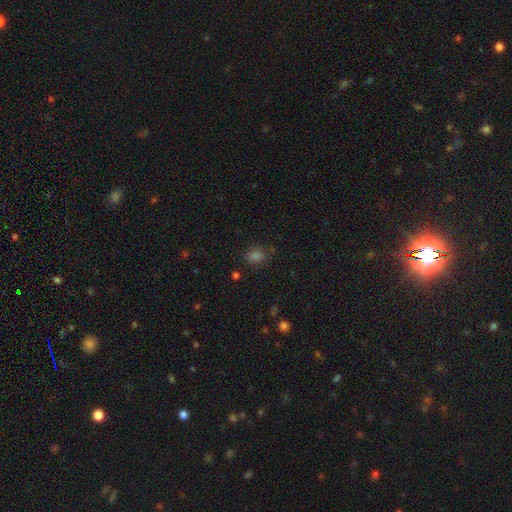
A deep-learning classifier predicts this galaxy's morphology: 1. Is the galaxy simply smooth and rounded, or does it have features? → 69% smooth, 24% star or artifact, 6% featured or disk.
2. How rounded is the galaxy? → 54% in between, 44% round, 2% cigar-shaped.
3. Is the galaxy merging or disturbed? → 82% none, 12% minor disturbance, 4% major disturbance, 2% merger.